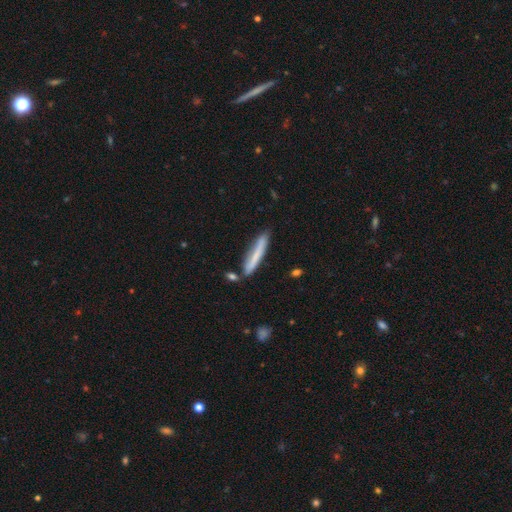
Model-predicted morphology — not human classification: smooth 66%, featured or disk 28%, star or artifact 6%. Down the decision tree: how rounded — cigar-shaped (93%); merging — none (74%).